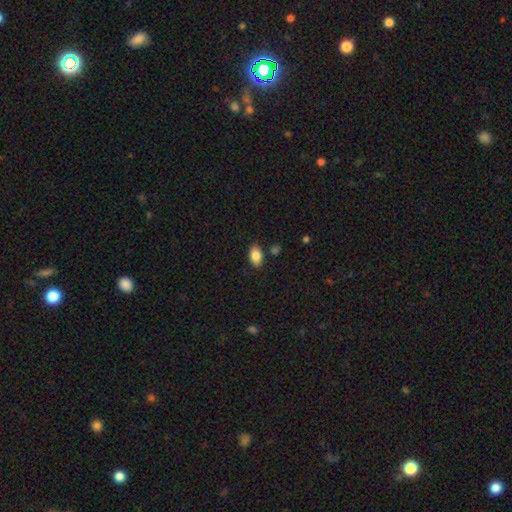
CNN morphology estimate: Smooth or featured? smooth (86%)
How rounded? in between (91%)
Merging? none (83%)